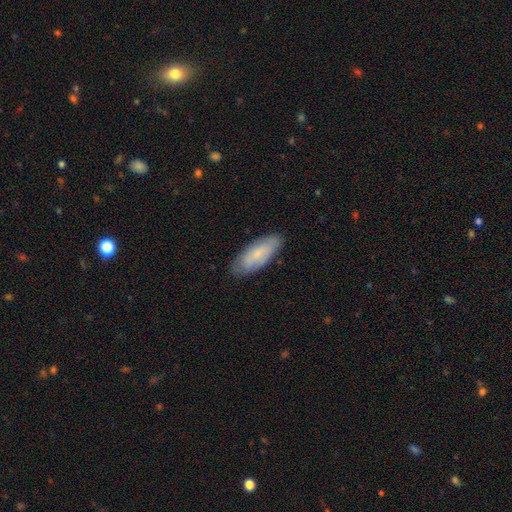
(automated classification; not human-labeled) A smooth galaxy with no disk features (68%) that is in between round and cigar-shaped (77%). Merging: none (82%).